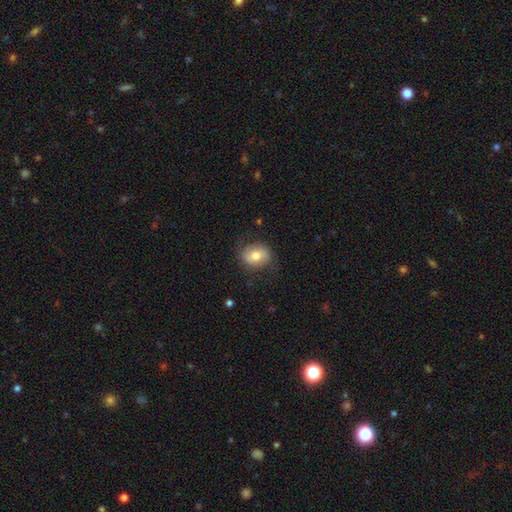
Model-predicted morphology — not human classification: A smooth galaxy with no disk features (67%) that is in between round and cigar-shaped (53%).

Vote fractions:
- Smooth or featured? smooth: 67% / featured or disk: 26% / star or artifact: 8%
- How rounded? in between: 53% / round: 46% / cigar-shaped: 1%
- Merging? none: 76% / minor disturbance: 17% / major disturbance: 6% / merger: 1%